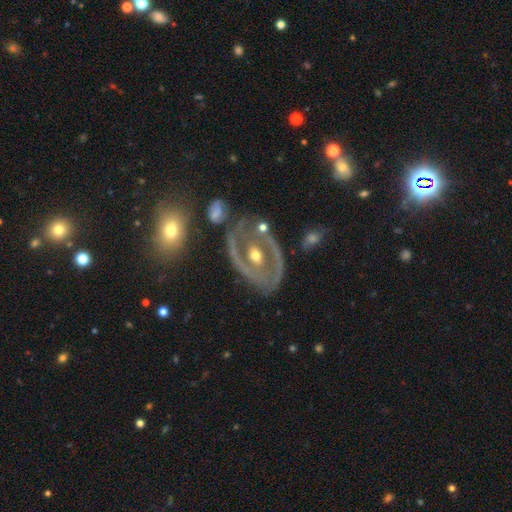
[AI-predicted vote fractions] Overall: featured or disk (82%). Edge-on disk: no (95%). Bar: no (46%; weak 33%). Spiral arms: yes (67%; no 33%). Spiral arm count: 2 (69%). Spiral winding: tight (46%; medium 39%). Bulge size: moderate (70%). Merging: none (63%).